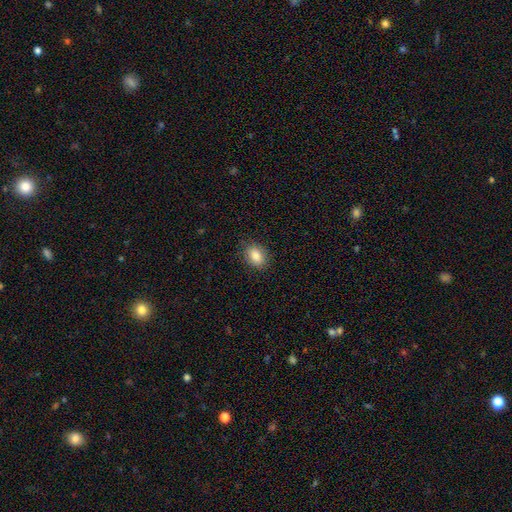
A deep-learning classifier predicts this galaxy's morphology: smooth-or-featured: smooth: 86% | star or artifact: 8% | featured or disk: 6%
  how-rounded: in between: 78% | round: 21% | cigar-shaped: 1%
  merging: none: 86% | minor disturbance: 11% | major disturbance: 3% | merger: 1%